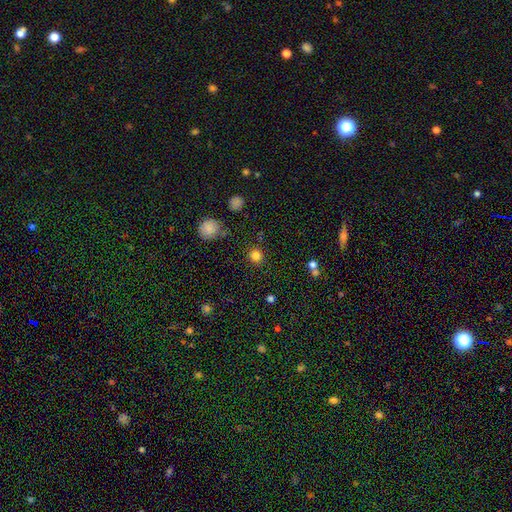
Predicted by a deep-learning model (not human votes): smooth_or_featured: smooth (p=0.81) [alt: star or artifact p=0.14]
how_rounded: round (p=0.92) [alt: in between p=0.07]
merging: none (p=0.86) [alt: minor disturbance p=0.08]